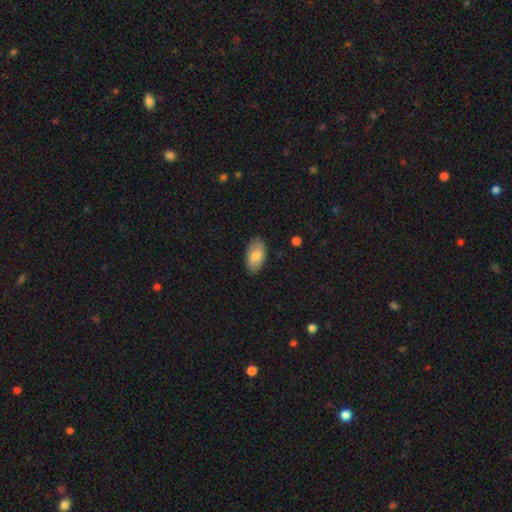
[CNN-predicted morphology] This appears to be a smooth galaxy with no disk features (81%) that is in between round and cigar-shaped (95%). Merging: none (83%).